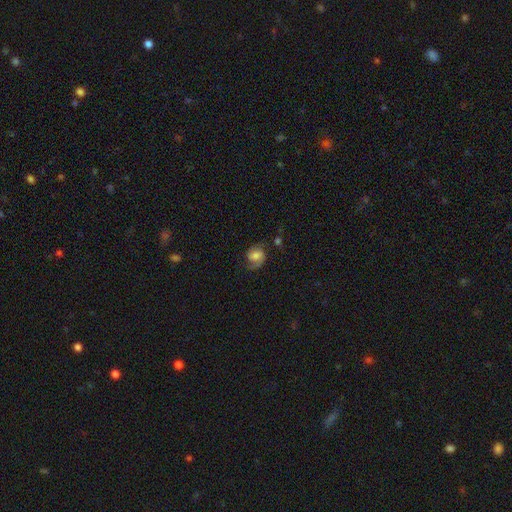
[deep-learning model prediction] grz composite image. It shows a featured or disk galaxy (48%). Merging: none (59%).